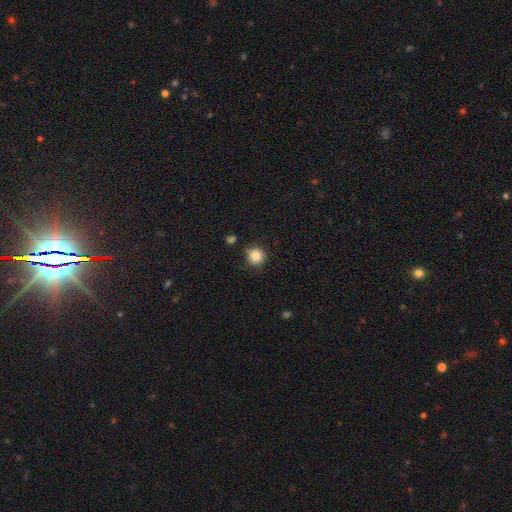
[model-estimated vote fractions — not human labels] smooth 86%, star or artifact 10%, featured or disk 4%. Down the decision tree: how rounded — round (91%); merging — none (79%).